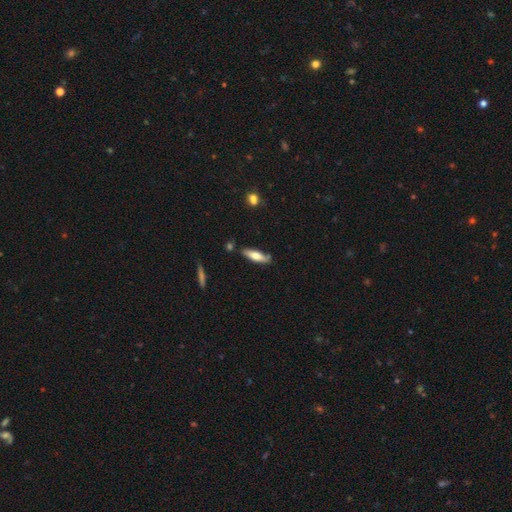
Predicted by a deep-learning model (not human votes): Smooth or featured: smooth — 65% (featured or disk — 29%)
How rounded: cigar-shaped — 54% (in between — 44%)
Merging: none — 75% (minor disturbance — 18%)